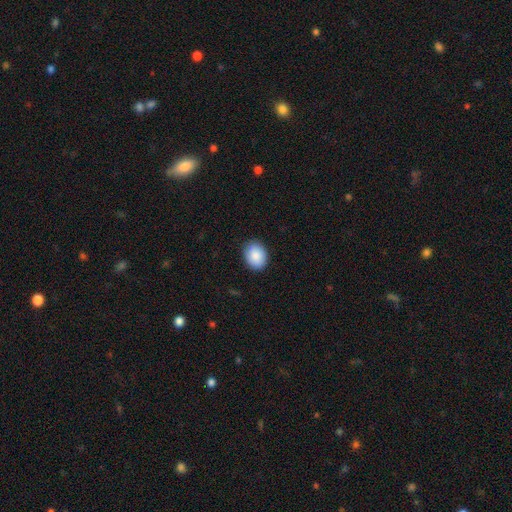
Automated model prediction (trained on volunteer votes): Q: Smooth or featured?
A: smooth (88%); runner-up: star or artifact (7%)
Q: How rounded?
A: in between (61%); runner-up: round (38%)
Q: Merging?
A: none (87%); runner-up: minor disturbance (10%)